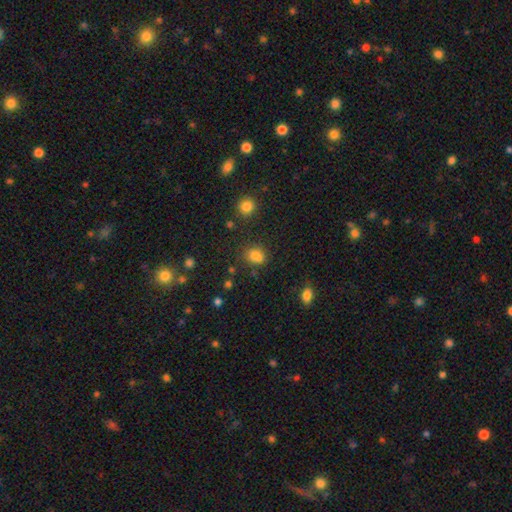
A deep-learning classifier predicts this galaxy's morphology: smooth_or_featured: smooth (p=0.76) [alt: star or artifact p=0.16]
how_rounded: in between (p=0.52) [alt: round p=0.47]
merging: none (p=0.57) [alt: merger p=0.23]